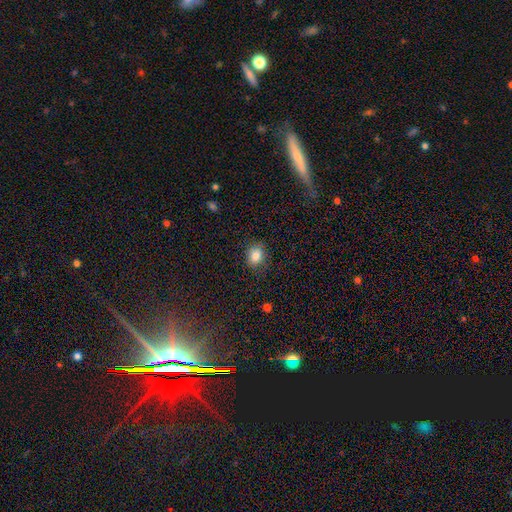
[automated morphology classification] Smooth or featured: smooth — 84% (star or artifact — 10%)
How rounded: round — 55% (in between — 44%)
Merging: none — 81% (minor disturbance — 14%)